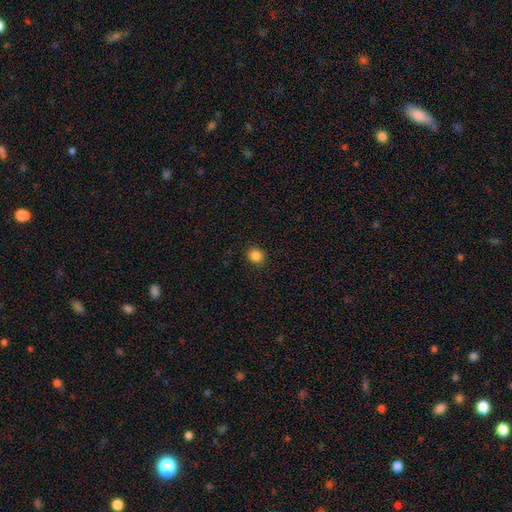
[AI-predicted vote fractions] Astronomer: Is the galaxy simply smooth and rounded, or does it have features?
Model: smooth — 85%.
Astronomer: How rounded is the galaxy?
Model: round — 83%.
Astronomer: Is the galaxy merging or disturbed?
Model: none — 90%.